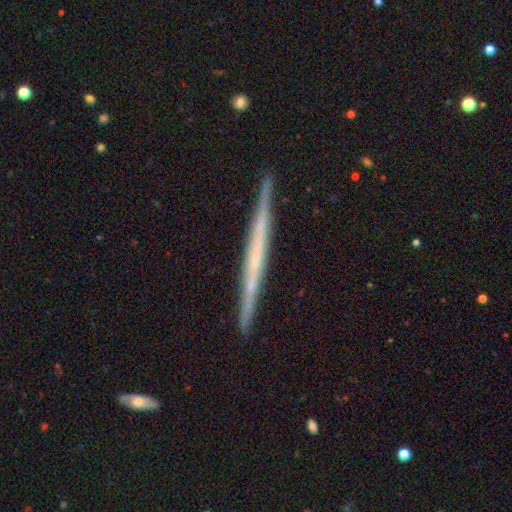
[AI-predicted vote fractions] A featured or disk galaxy (64%) viewed edge-on (98%) with no central bulge (87%).

Vote fractions:
- Smooth or featured? featured or disk: 64% / smooth: 29% / star or artifact: 6%
- Edge-on disk? yes: 98% / no: 2%
- Edge-on bulge? none: 87% / rounded: 8% / boxy: 5%
- Merging? none: 91% / minor disturbance: 7% / major disturbance: 1% / merger: 1%